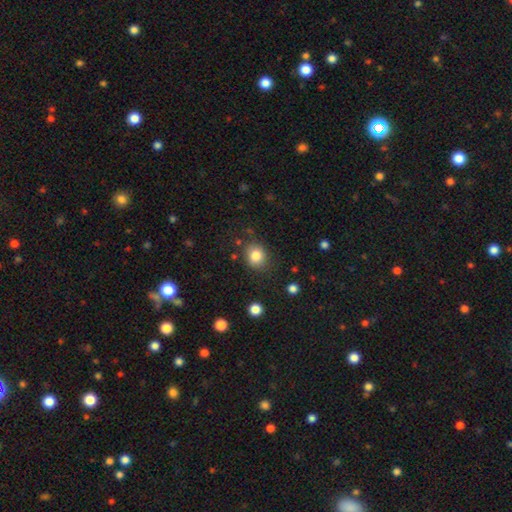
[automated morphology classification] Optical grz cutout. It shows a smooth galaxy with no disk features (83%) that is round (70%). Merging: none (81%).